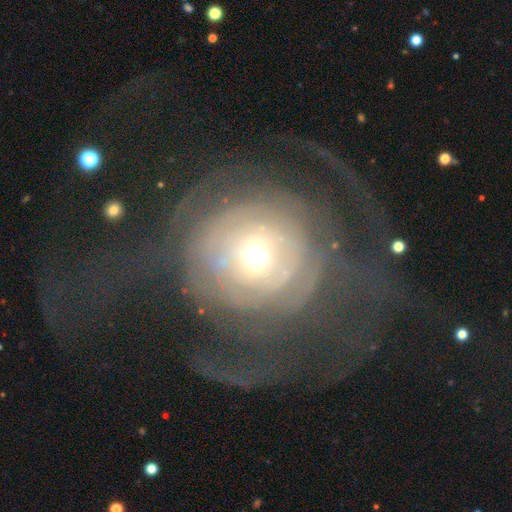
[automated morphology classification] Smooth or featured? Predicted: featured or disk (p=0.64). Edge-on disk? Predicted: no (p=0.96). Bar? Predicted: no (p=0.62). Spiral arms? Predicted: yes (p=0.58). Bulge size? Predicted: moderate (p=0.54). Merging? Predicted: none (p=0.51).